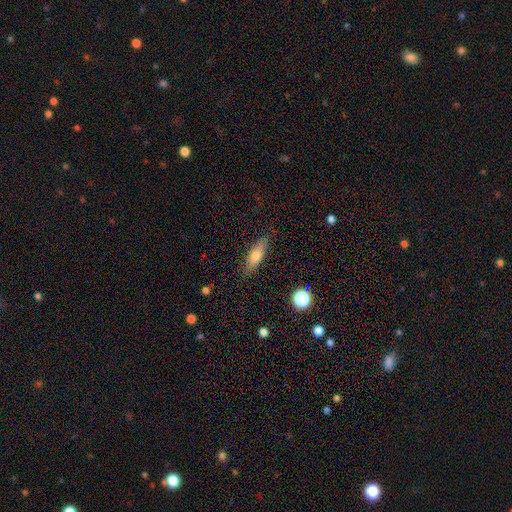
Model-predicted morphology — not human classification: A smooth galaxy with no disk features (63%) that is cigar-shaped (53%). Merging: none (85%).